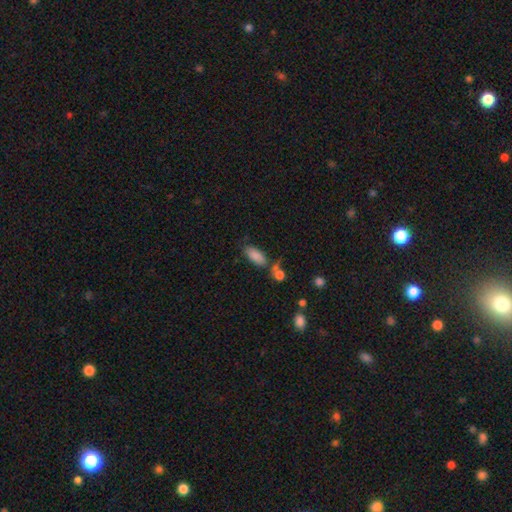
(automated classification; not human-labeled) smooth-or-featured: smooth: 85% | star or artifact: 9% | featured or disk: 7%
  how-rounded: in between: 84% | cigar-shaped: 14% | round: 3%
  merging: none: 63% | minor disturbance: 16% | merger: 15% | major disturbance: 6%